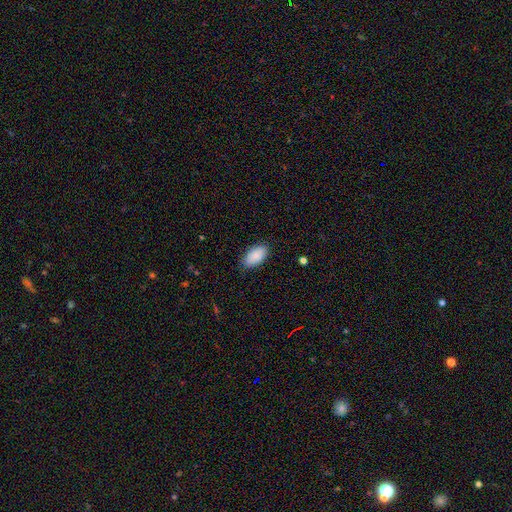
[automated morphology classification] Smooth or featured: smooth — 88% (star or artifact — 6%)
How rounded: in between — 95% (round — 3%)
Merging: none — 85% (minor disturbance — 12%)